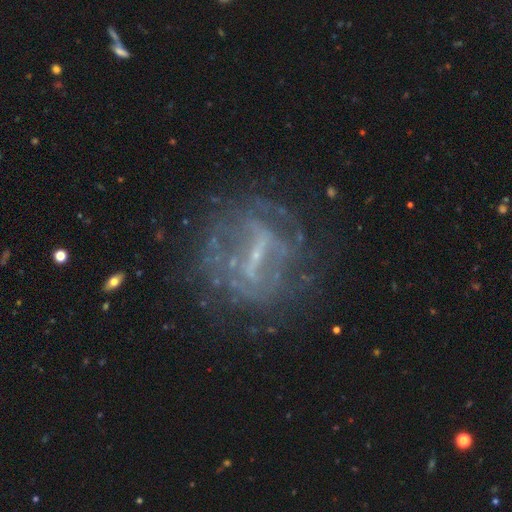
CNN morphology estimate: Smooth or featured: featured or disk — 77% (star or artifact — 12%)
Edge-on disk: no — 93% (yes — 7%)
Bar: strong — 50% (weak — 34%)
Spiral arms: yes — 54% (no — 46%)
Bulge size: small — 67% (none — 20%)
Merging: none — 69% (major disturbance — 14%)